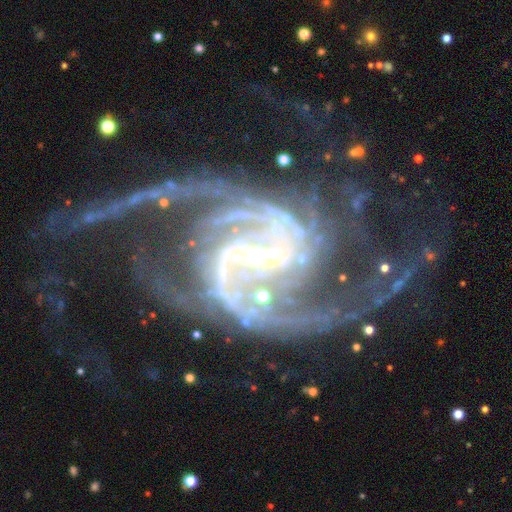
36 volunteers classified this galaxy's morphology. Smooth or featured? 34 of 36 (94%) said featured or disk. Edge-on disk? 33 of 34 (97%) said no. Bar? 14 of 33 (42%) said weak. Spiral arms? 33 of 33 (100%) said yes. Spiral winding? 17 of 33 (52%) said medium. Spiral arm count? 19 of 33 (58%) said 2. Bulge size? 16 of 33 (48%) said small. Merging? 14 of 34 (41%) said none.